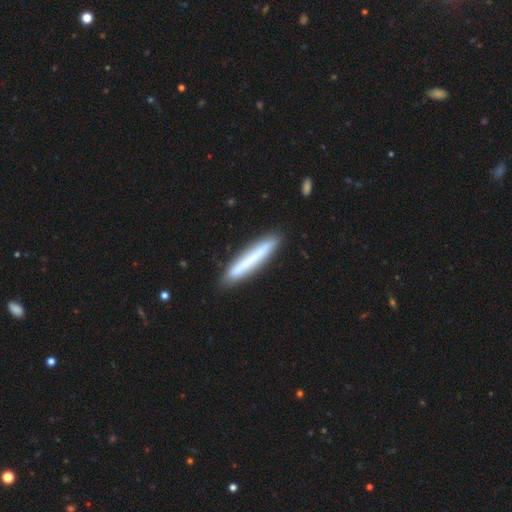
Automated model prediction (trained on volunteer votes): smooth_or_featured: smooth (p=0.64) [alt: featured or disk p=0.30]
how_rounded: cigar-shaped (p=0.95) [alt: in between p=0.03]
merging: none (p=0.89) [alt: minor disturbance p=0.08]